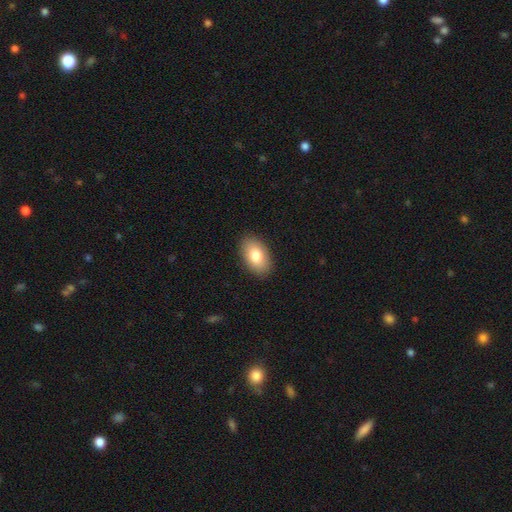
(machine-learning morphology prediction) smooth 82%, featured or disk 12%, star or artifact 7%. Down the decision tree: how rounded — in between (94%); merging — none (88%).